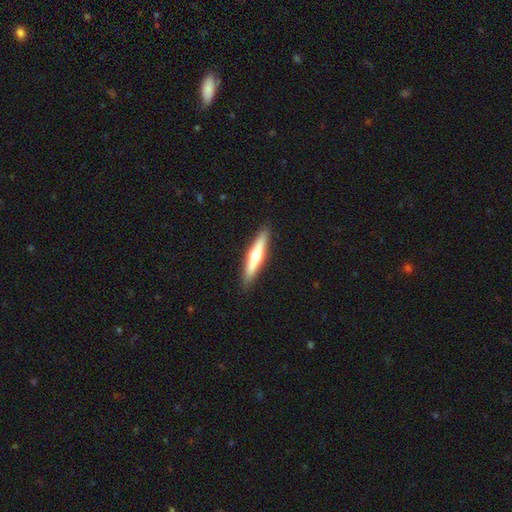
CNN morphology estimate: This is possibly a featured or disk galaxy (54%). It is clearly viewed edge-on (94%). Edge-on bulge: clearly rounded (91%). Merging: clearly none (91%).